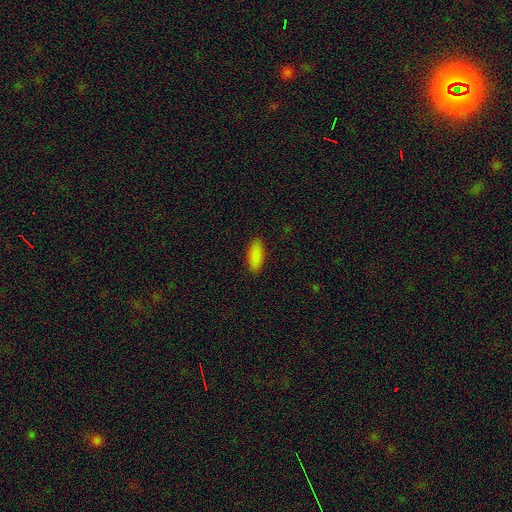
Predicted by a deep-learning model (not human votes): smooth 89%, star or artifact 7%, featured or disk 4%. Down the decision tree: how rounded — in between (80%); merging — none (89%).